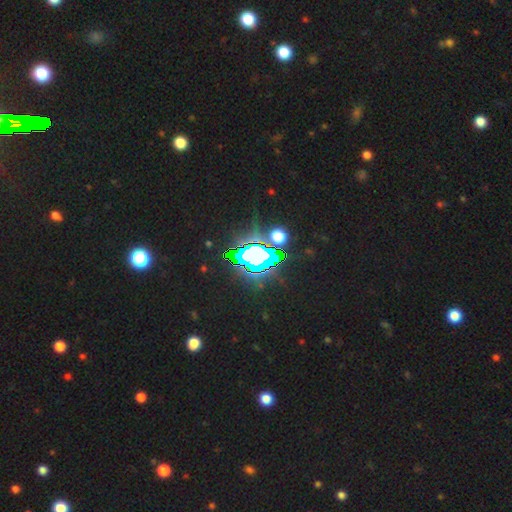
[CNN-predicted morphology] Smooth or featured? star or artifact (70%)